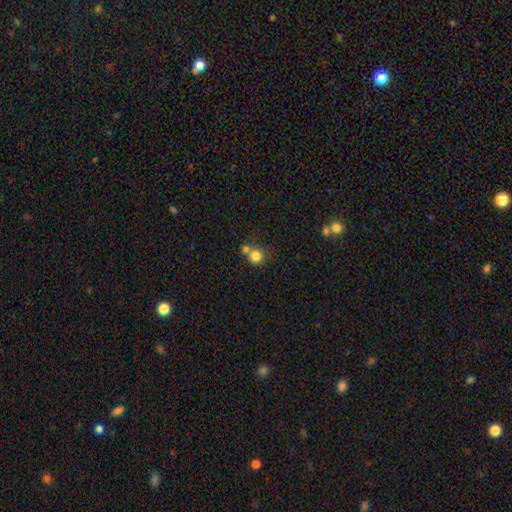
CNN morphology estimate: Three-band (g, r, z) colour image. It shows a smooth galaxy with no disk features (80%) that is round (90%). Merging: none (53%).